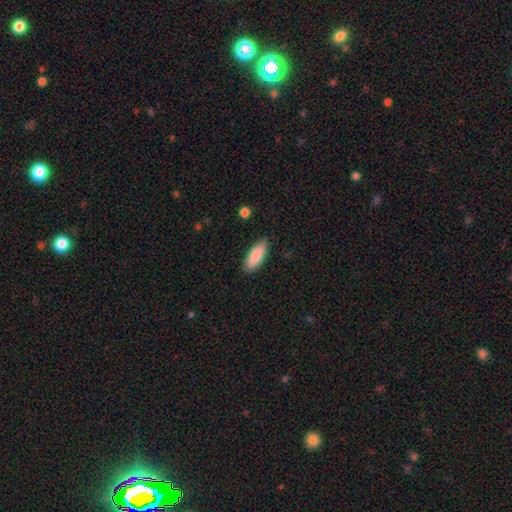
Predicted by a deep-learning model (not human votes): A smooth galaxy with no disk features (88%) that is in between round and cigar-shaped (70%). Merging: none (86%).